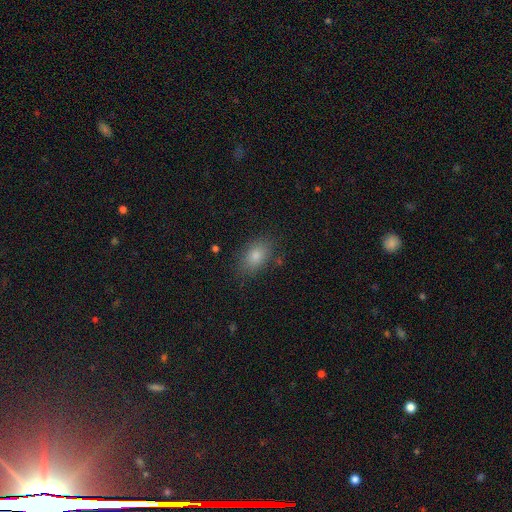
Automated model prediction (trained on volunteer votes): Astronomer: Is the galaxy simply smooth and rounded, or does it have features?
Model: smooth — 79%.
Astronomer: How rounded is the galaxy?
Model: in between — 84%.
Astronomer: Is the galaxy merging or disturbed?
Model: none — 83%.